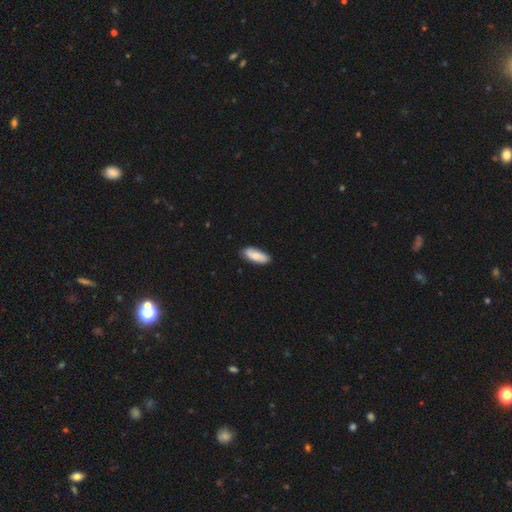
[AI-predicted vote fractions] smooth 79%, featured or disk 15%, star or artifact 6%. Down the decision tree: how rounded — in between (75%); merging — none (84%).